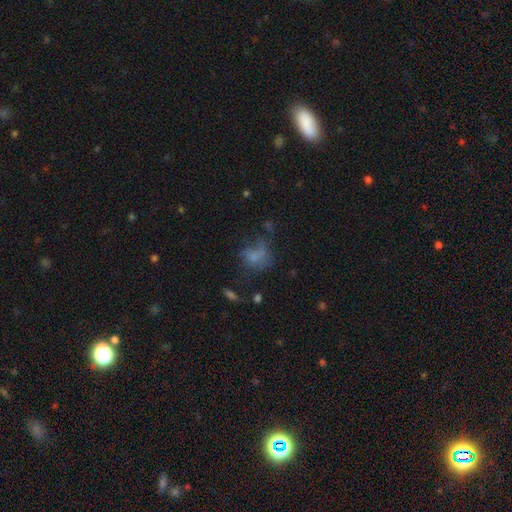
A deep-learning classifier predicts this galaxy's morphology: smooth_or_featured: smooth (p=0.56) [alt: featured or disk p=0.26]
how_rounded: in between (p=0.57) [alt: round p=0.41]
merging: major disturbance (p=0.38) [alt: none p=0.33]